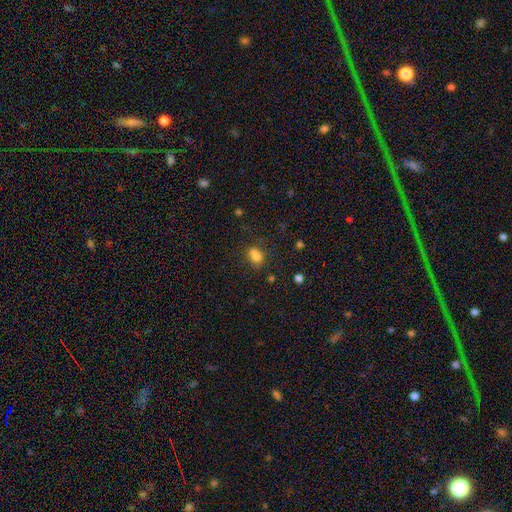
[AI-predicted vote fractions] Smooth or featured: smooth — 73% (star or artifact — 15%)
How rounded: in between — 51% (round — 48%)
Merging: merger — 44% (none — 37%)